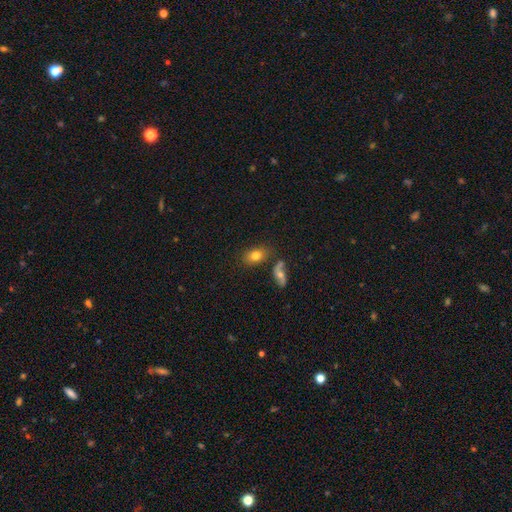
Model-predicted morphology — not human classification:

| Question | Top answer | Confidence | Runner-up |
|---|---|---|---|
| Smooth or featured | smooth | 78% | featured or disk (13%) |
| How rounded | in between | 84% | round (14%) |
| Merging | none | 69% | minor disturbance (15%) |